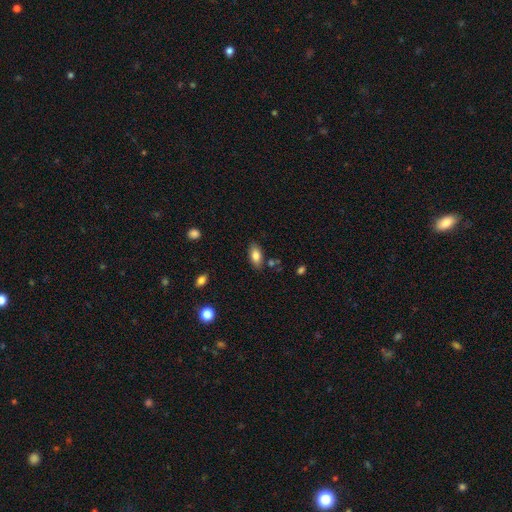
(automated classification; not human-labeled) smooth_or_featured: smooth (p=0.82) [alt: featured or disk p=0.11]
how_rounded: in between (p=0.90) [alt: cigar-shaped p=0.07]
merging: none (p=0.81) [alt: minor disturbance p=0.13]